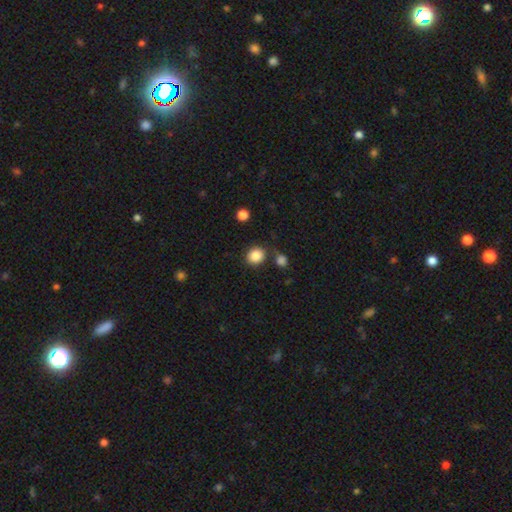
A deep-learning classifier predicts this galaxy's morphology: Overall: smooth (86%). How rounded: round (78%). Merging: none (79%).